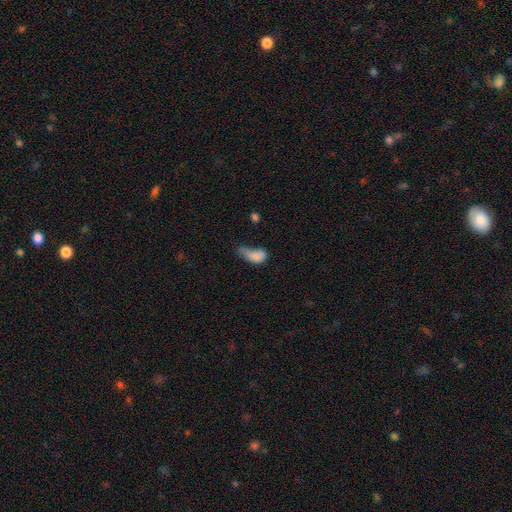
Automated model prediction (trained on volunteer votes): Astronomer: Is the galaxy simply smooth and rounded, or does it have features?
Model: smooth — 77%.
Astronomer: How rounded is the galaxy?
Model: in between — 85%.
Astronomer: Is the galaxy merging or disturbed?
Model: major disturbance — 41% (runner-up: minor disturbance, 31%).